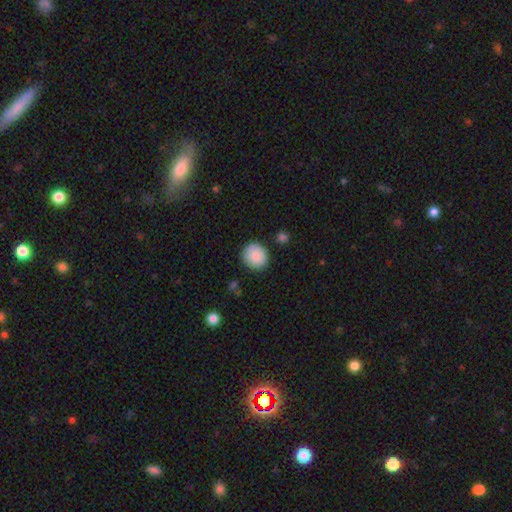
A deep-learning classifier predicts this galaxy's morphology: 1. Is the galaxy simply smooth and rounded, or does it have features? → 88% smooth, 7% star or artifact, 5% featured or disk.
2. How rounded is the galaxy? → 87% round, 13% in between, 1% cigar-shaped.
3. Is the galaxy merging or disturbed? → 86% none, 10% minor disturbance, 2% major disturbance, 2% merger.